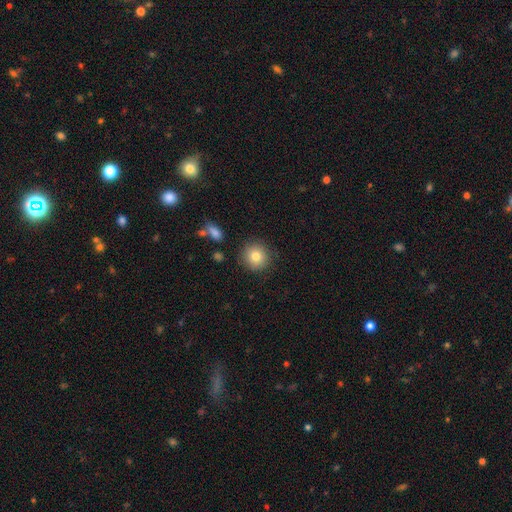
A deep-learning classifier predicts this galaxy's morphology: Smooth or featured? smooth (80%)
How rounded? round (93%)
Merging? none (87%)